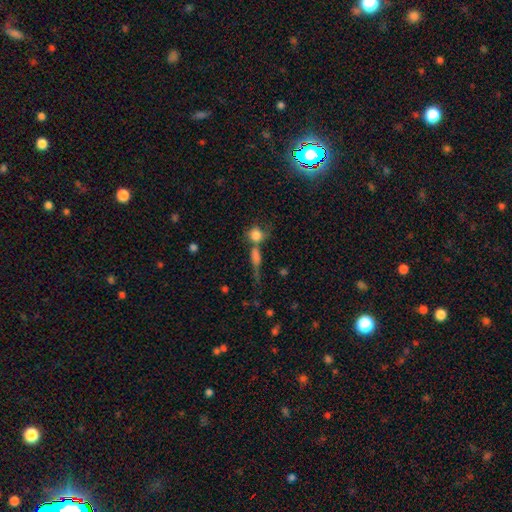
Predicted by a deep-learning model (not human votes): A smooth galaxy with no disk features (49%). Merging: merger (40%).